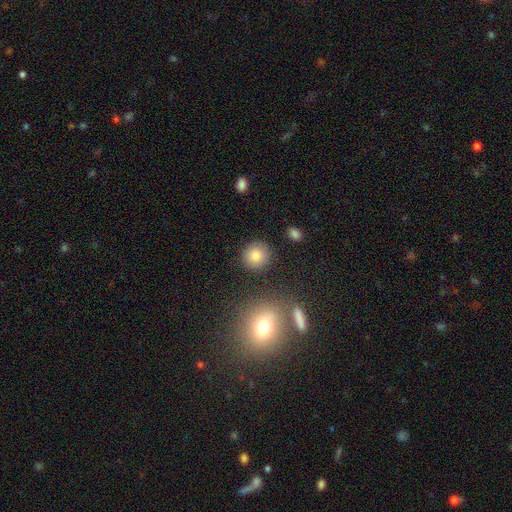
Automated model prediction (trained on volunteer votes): smooth_or_featured: smooth (p=0.84) [alt: star or artifact p=0.10]
how_rounded: round (p=0.89) [alt: in between p=0.10]
merging: none (p=0.86) [alt: minor disturbance p=0.08]